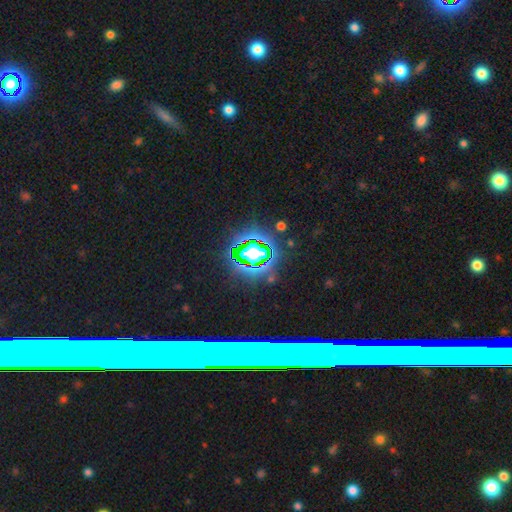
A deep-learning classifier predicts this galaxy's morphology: Smooth or featured? Predicted: star or artifact (p=0.72).